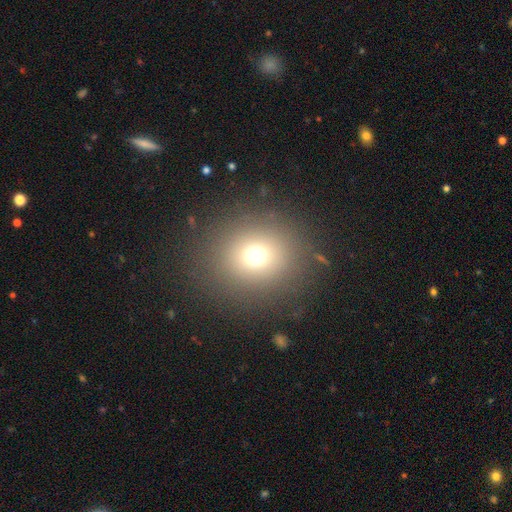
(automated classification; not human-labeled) The model was most divided on "smooth or featured": smooth: 71%, star or artifact: 19%, featured or disk: 10%. More confident: merging — none (87%); how rounded — round (83%).